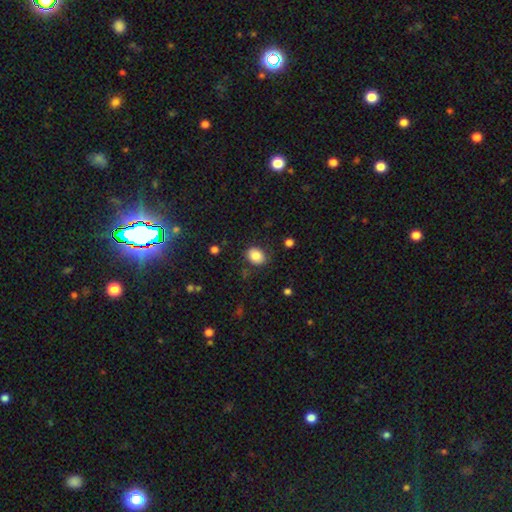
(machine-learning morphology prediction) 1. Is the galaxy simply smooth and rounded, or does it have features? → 84% smooth, 9% star or artifact, 7% featured or disk.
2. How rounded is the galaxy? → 57% in between, 42% round, 1% cigar-shaped.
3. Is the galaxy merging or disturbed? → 81% none, 14% minor disturbance, 4% major disturbance, 2% merger.